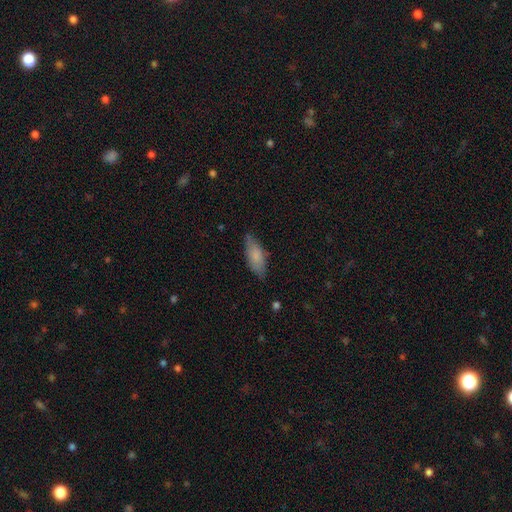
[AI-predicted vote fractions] Morphology: type=smooth (79%); roundness=in between (71%); merging=none (77%).